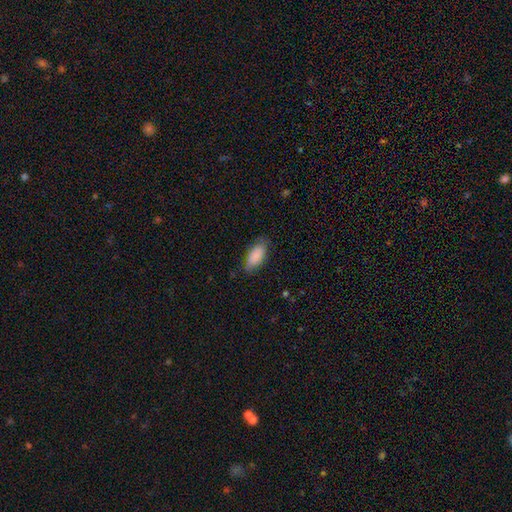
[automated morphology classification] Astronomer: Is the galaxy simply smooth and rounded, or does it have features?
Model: smooth — 87%.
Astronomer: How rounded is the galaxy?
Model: in between — 88%.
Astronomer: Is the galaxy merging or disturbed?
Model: none — 77%.